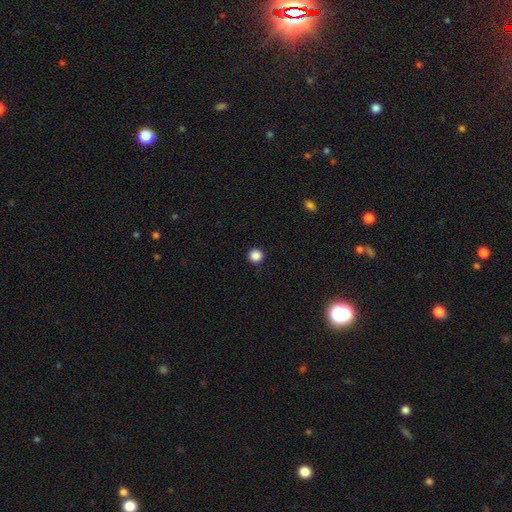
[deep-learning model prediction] Morphology: type=smooth (87%); roundness=round (95%); merging=none (92%).